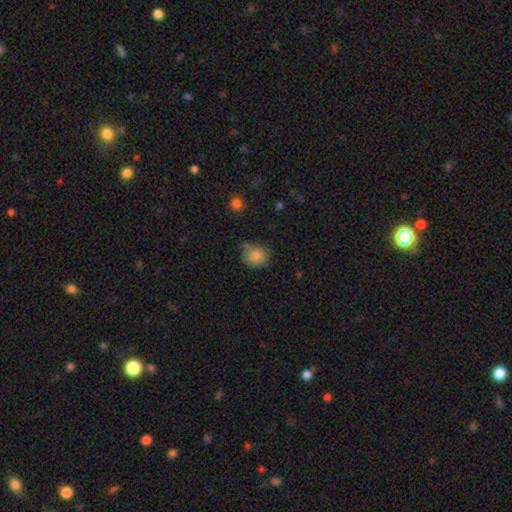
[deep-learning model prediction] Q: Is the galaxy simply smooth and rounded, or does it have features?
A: smooth — 82%.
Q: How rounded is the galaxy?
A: round — 67%.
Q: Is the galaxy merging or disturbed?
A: none — 61%.